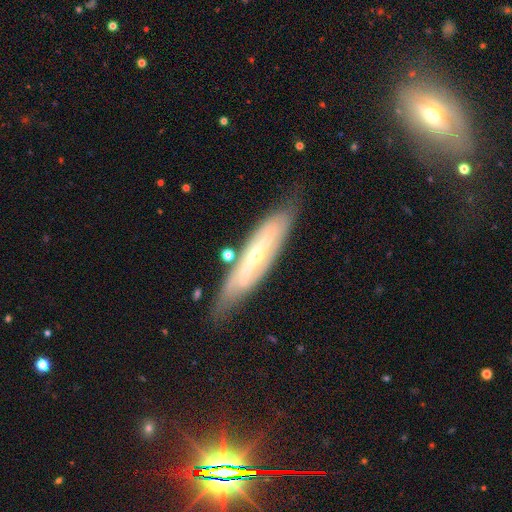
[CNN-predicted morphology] This appears to be a featured or disk galaxy (79%). Merging: none (74%).